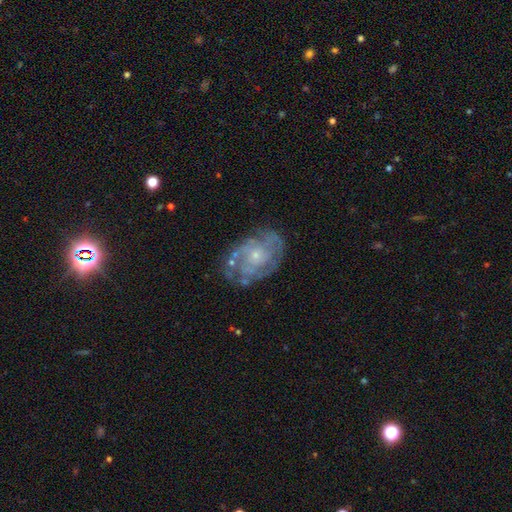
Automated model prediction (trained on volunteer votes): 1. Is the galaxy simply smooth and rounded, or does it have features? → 76% featured or disk, 17% smooth, 7% star or artifact.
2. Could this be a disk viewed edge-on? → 97% no, 3% yes.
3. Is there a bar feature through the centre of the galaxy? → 82% no, 15% weak, 3% strong.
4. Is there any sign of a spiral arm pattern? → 70% yes, 30% no.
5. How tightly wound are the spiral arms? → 56% tight, 32% medium, 12% loose.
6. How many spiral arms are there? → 53% can't tell, 15% 2, 13% 3, 9% 4, 5% more than 4, 5% 1.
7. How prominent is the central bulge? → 75% small, 20% moderate, 4% none, 1% large, 1% dominant.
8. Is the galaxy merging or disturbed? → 63% none, 22% minor disturbance, 12% major disturbance, 3% merger.